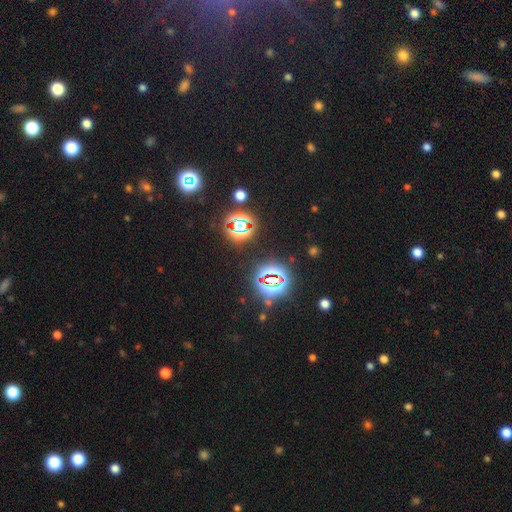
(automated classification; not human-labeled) Q: Smooth or featured?
A: star or artifact (79%); runner-up: smooth (14%)